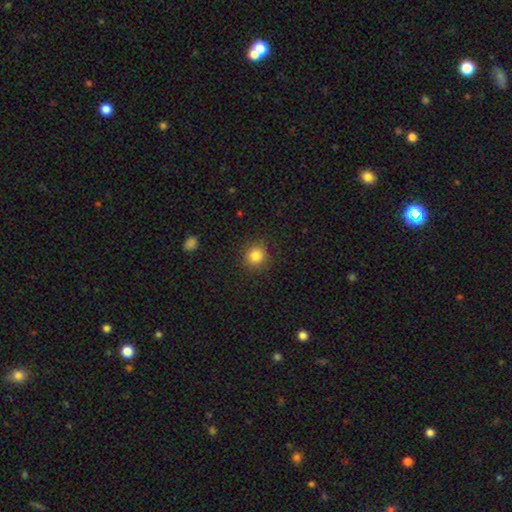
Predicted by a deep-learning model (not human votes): Morphology: type=smooth (83%); roundness=round (91%); merging=none (89%).